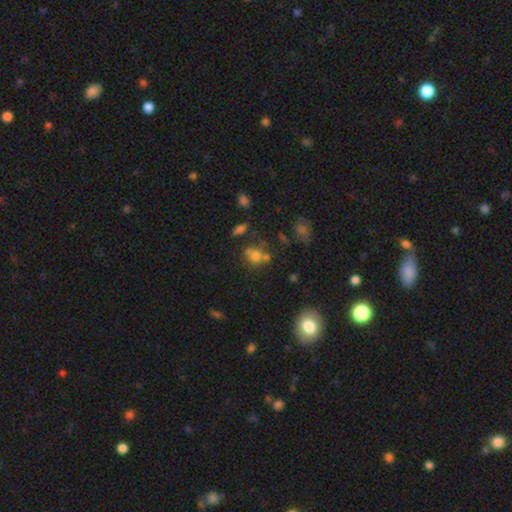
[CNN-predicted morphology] The model was most divided on "merging": none: 46%, merger: 37%, minor disturbance: 12%, major disturbance: 6%. More confident: how rounded — round (75%); smooth or featured — smooth (65%).